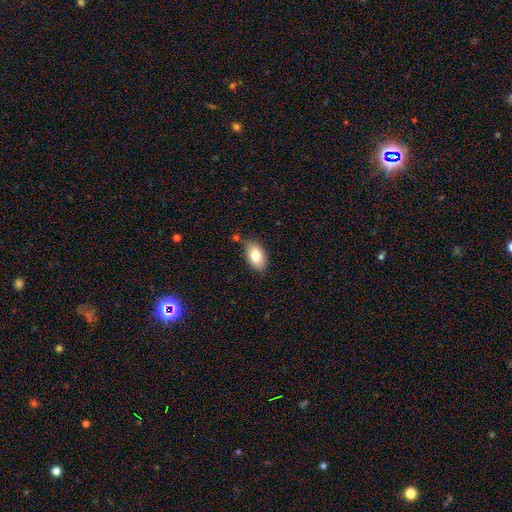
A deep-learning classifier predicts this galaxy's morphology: This appears to be a smooth galaxy with no disk features (79%) that is in between round and cigar-shaped (91%). Merging: none (77%).